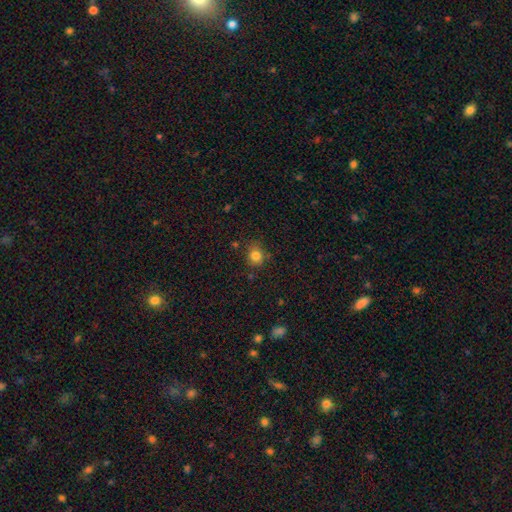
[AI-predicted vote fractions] A smooth galaxy with no disk features (81%) that is round (71%).

Vote fractions:
- Smooth or featured? smooth: 81% / star or artifact: 12% / featured or disk: 6%
- How rounded? round: 71% / in between: 28% / cigar-shaped: 1%
- Merging? none: 75% / minor disturbance: 17% / major disturbance: 4% / merger: 3%